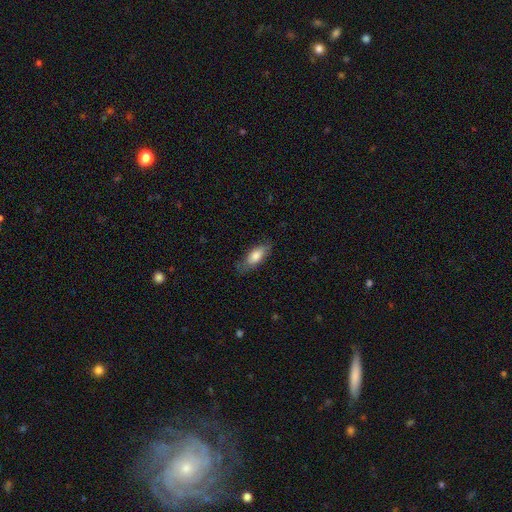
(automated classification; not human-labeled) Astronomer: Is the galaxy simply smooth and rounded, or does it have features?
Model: smooth — 77%.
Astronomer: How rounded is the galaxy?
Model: in between — 77%.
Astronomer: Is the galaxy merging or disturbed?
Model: none — 72%.